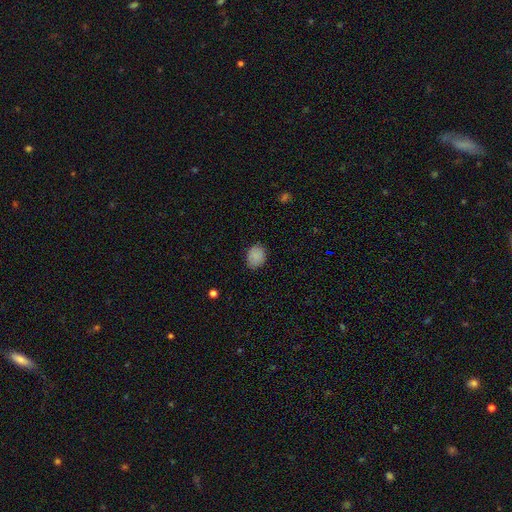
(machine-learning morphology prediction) Smooth or featured? smooth (87%)
How rounded? round (51%)
Merging? none (82%)